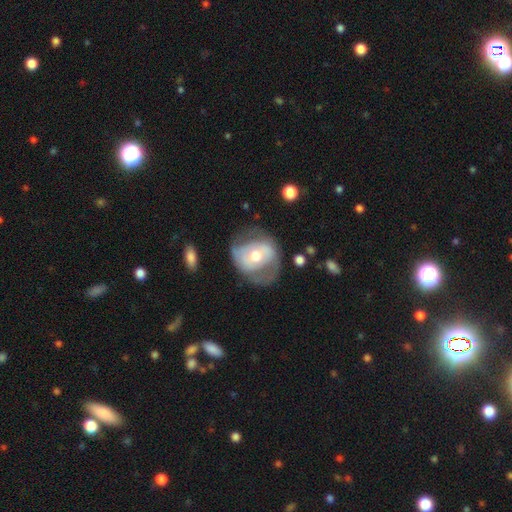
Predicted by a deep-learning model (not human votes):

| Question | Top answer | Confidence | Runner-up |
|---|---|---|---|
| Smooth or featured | featured or disk | 65% | smooth (29%) |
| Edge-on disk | no | 96% | yes (4%) |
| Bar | no | 53% | weak (31%) |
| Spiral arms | yes | 57% | no (43%) |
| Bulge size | moderate | 71% | small (18%) |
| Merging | none | 58% | minor disturbance (22%) |